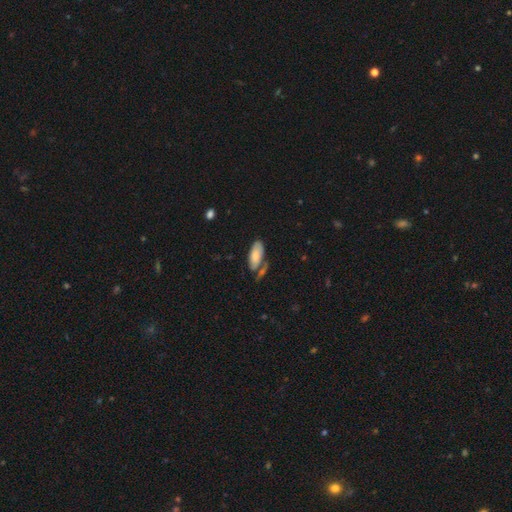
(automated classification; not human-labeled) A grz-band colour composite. It shows a smooth galaxy with no disk features (74%) that is in between round and cigar-shaped (87%). Merging: none (49%).